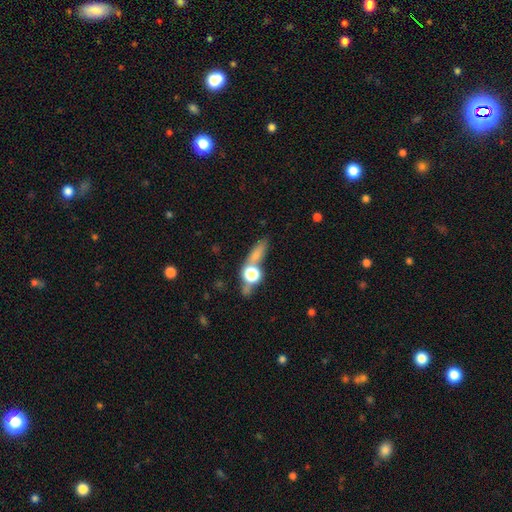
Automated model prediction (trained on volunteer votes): Morphology: type=smooth (65%); roundness=in between (38%); merging=none (53%).